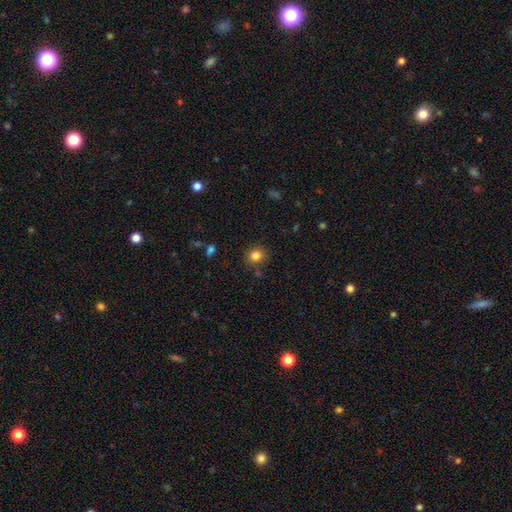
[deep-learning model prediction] This appears to be a smooth galaxy with no disk features (83%) that is round (80%). Merging: none (82%).